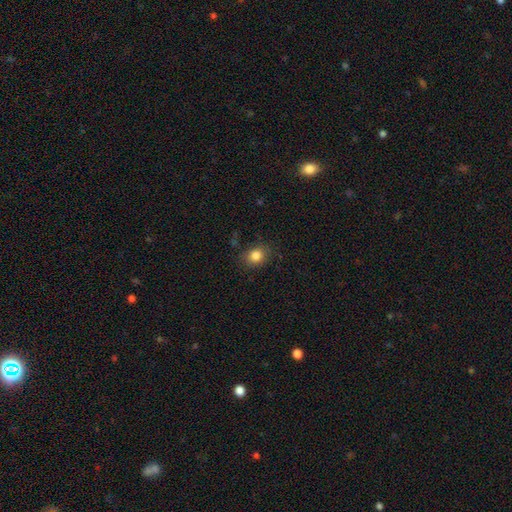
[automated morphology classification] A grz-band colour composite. It shows a smooth galaxy with no disk features (83%) that is round (60%). Merging: none (81%).